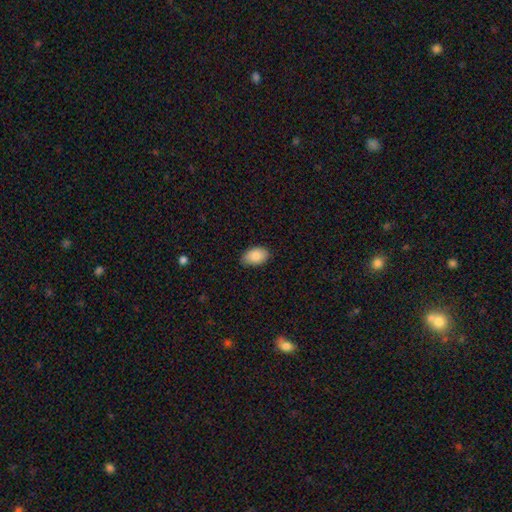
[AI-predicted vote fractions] Overall: smooth (87%). How rounded: in between (91%). Merging: none (79%).